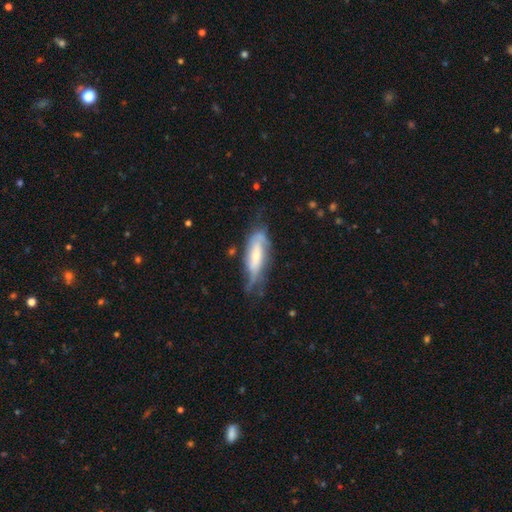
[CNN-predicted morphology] Overall: featured or disk (61%; smooth 32%). Edge-on disk: no (71%). Merging: none (49%; minor disturbance 31%).